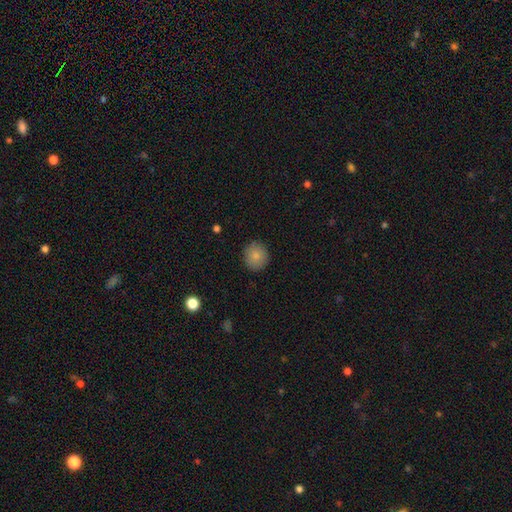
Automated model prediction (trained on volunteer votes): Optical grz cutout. It shows a smooth galaxy with no disk features (85%) that is round (89%). Merging: none (89%).